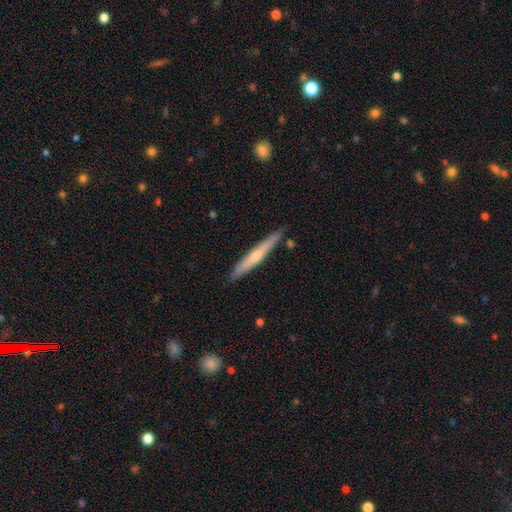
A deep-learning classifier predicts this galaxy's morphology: Smooth or featured? featured or disk (50%)
Merging? none (88%)